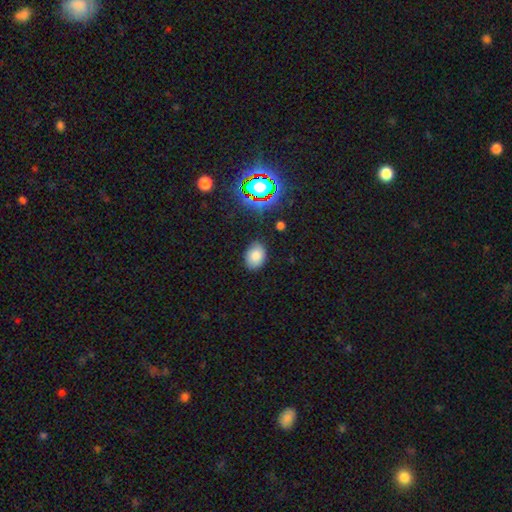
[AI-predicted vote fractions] This is clearly a smooth galaxy (81%). How rounded: likely in between (72%). Merging: clearly none (82%).